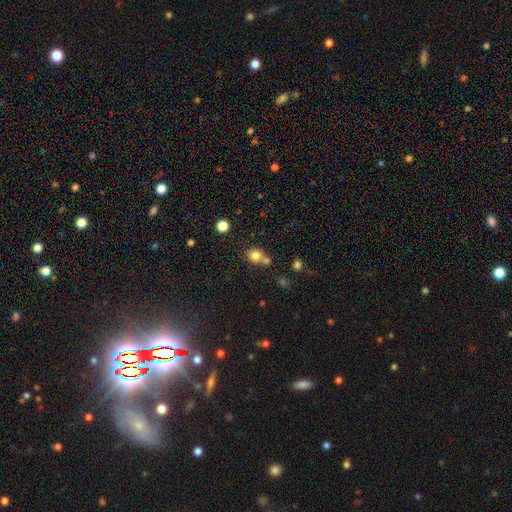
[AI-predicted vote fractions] Smooth or featured?
  - smooth: 80% *
  - star or artifact: 12%
  - featured or disk: 7%
How rounded?
  - round: 73% *
  - in between: 26%
  - cigar-shaped: 1%
Merging?
  - none: 55% *
  - merger: 30%
  - minor disturbance: 11%
  - major disturbance: 4%